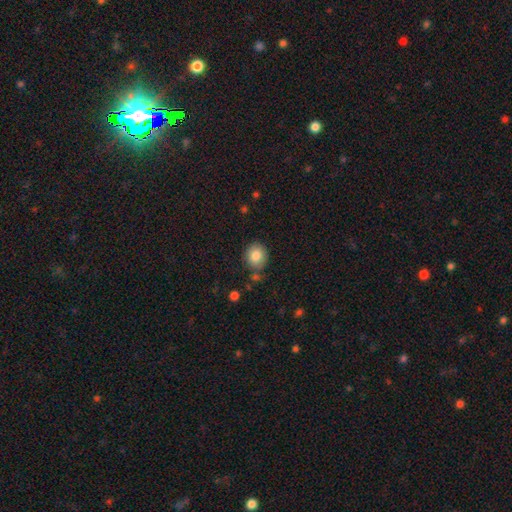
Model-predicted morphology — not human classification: Smooth or featured?
  - smooth: 83% *
  - star or artifact: 9%
  - featured or disk: 8%
How rounded?
  - round: 77% *
  - in between: 22%
  - cigar-shaped: 1%
Merging?
  - none: 79% *
  - minor disturbance: 12%
  - merger: 5%
  - major disturbance: 3%